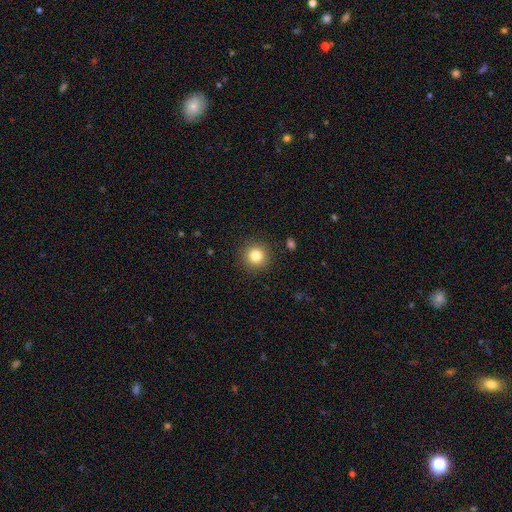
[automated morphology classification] The model was most divided on "smooth or featured": smooth: 82%, star or artifact: 11%, featured or disk: 7%. More confident: how rounded — round (94%); merging — none (91%).